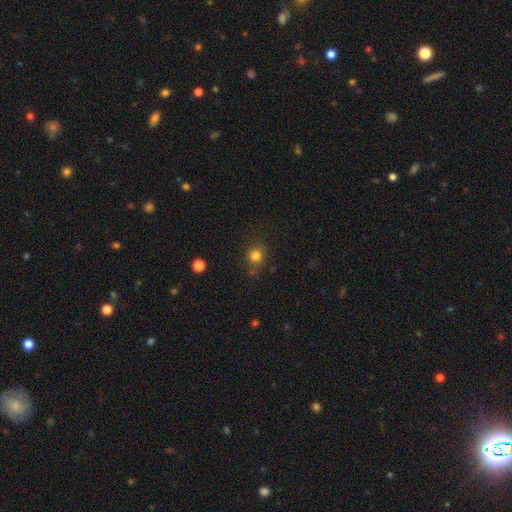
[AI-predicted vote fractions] Smooth or featured? smooth (80%)
How rounded? round (84%)
Merging? none (75%)